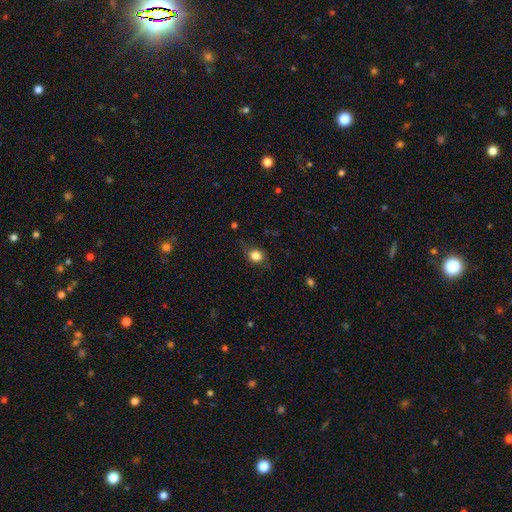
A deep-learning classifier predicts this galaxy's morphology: The model was most divided on "how rounded": round: 73%, in between: 25%, cigar-shaped: 1%. More confident: smooth or featured — smooth (81%); merging — none (72%).